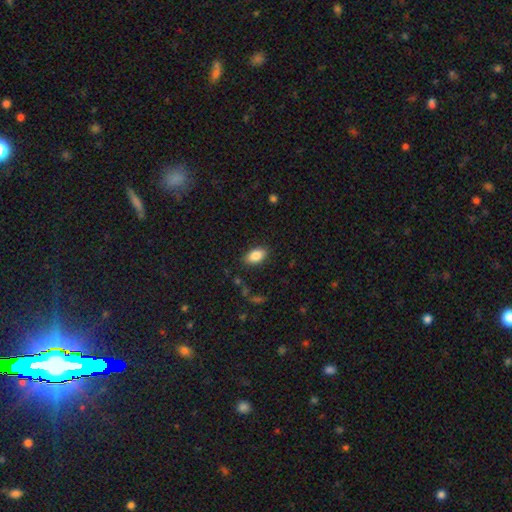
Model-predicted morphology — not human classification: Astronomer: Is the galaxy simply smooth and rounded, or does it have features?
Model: smooth — 86%.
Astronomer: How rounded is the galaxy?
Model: in between — 91%.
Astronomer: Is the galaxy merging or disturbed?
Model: none — 87%.